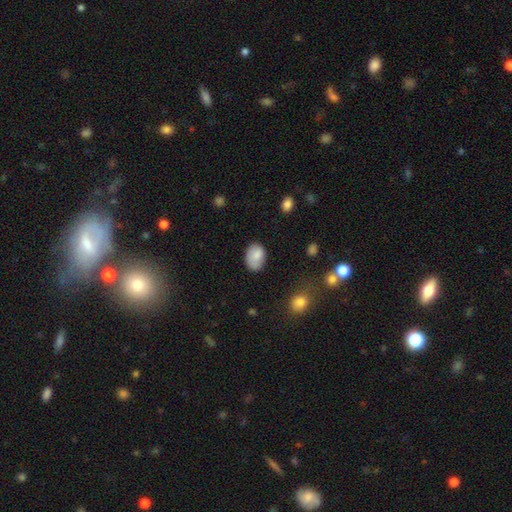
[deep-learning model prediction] Overall: smooth (84%). How rounded: in between (81%). Merging: none (71%).